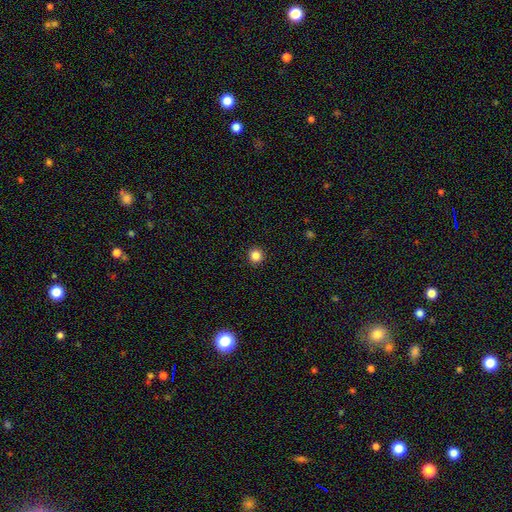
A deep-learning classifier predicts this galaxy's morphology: The model was most divided on "smooth or featured": smooth: 85%, star or artifact: 12%, featured or disk: 4%. More confident: how rounded — round (94%); merging — none (93%).